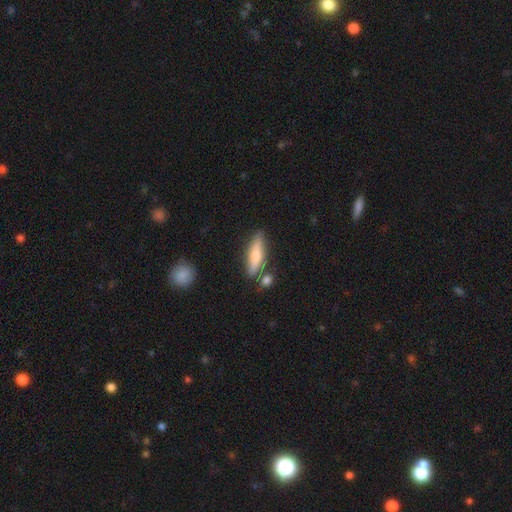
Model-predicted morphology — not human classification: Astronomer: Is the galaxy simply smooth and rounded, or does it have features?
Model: smooth — 65%.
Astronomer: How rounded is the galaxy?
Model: cigar-shaped — 63%.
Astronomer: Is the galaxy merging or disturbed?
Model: none — 74%.